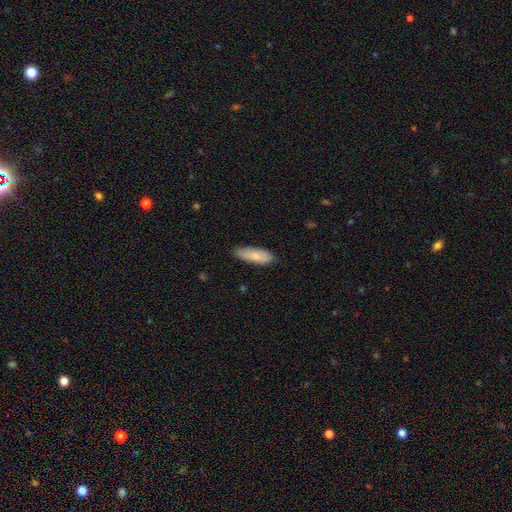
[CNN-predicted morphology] Overall: smooth (82%). How rounded: in between (52%; cigar-shaped 46%). Merging: none (82%).